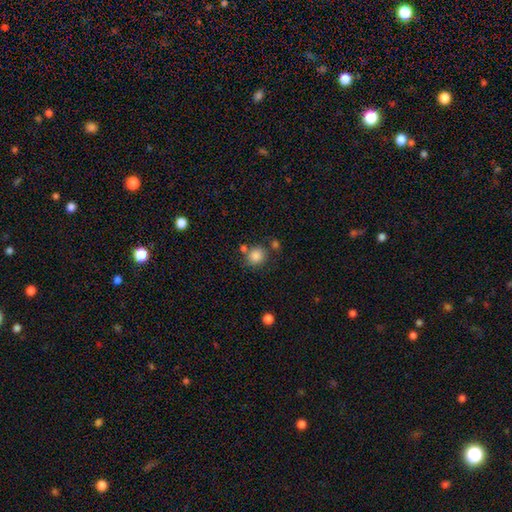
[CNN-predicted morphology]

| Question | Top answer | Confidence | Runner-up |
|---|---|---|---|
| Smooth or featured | smooth | 85% | star or artifact (10%) |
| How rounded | round | 84% | in between (15%) |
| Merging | none | 69% | minor disturbance (13%) |